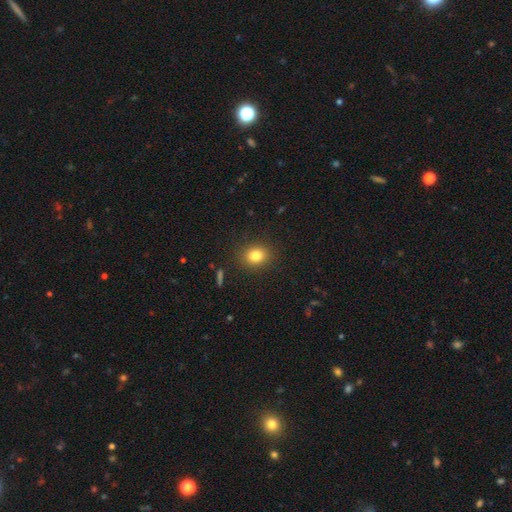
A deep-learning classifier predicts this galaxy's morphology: Q: Smooth or featured?
A: smooth (81%); runner-up: star or artifact (12%)
Q: How rounded?
A: round (64%); runner-up: in between (35%)
Q: Merging?
A: none (88%); runner-up: minor disturbance (8%)